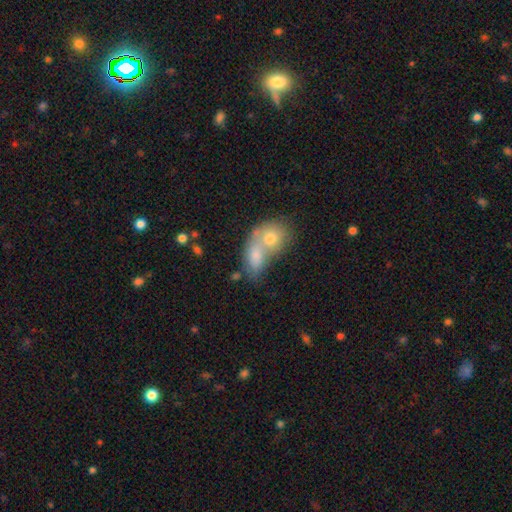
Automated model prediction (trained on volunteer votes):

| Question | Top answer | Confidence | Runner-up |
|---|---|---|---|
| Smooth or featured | smooth | 73% | featured or disk (19%) |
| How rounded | in between | 77% | round (19%) |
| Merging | merger | 69% | none (18%) |